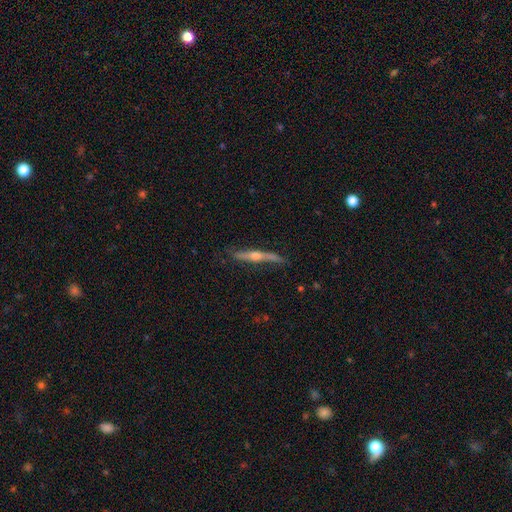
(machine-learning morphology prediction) Smooth or featured?
  - featured or disk: 71% *
  - smooth: 24%
  - star or artifact: 6%
Edge-on disk?
  - yes: 95% *
  - no: 5%
Edge-on bulge?
  - rounded: 90% *
  - none: 6%
  - boxy: 3%
Merging?
  - none: 78% *
  - minor disturbance: 17%
  - major disturbance: 3%
  - merger: 2%